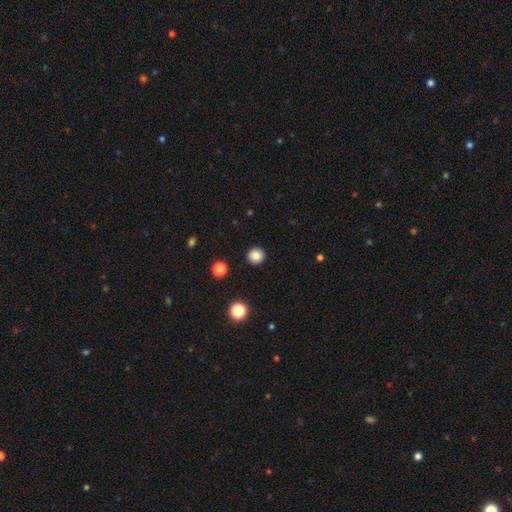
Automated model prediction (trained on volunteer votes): Overall: smooth (86%). How rounded: round (94%). Merging: none (93%).